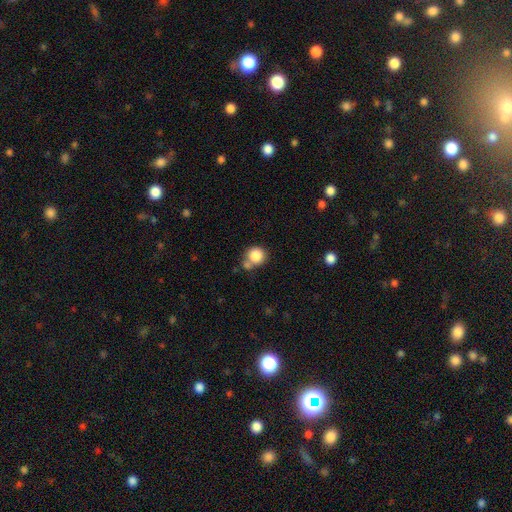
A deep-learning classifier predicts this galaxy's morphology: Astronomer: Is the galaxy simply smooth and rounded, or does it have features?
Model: smooth — 85%.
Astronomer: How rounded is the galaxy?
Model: round — 88%.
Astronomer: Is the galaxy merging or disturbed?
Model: none — 56%.